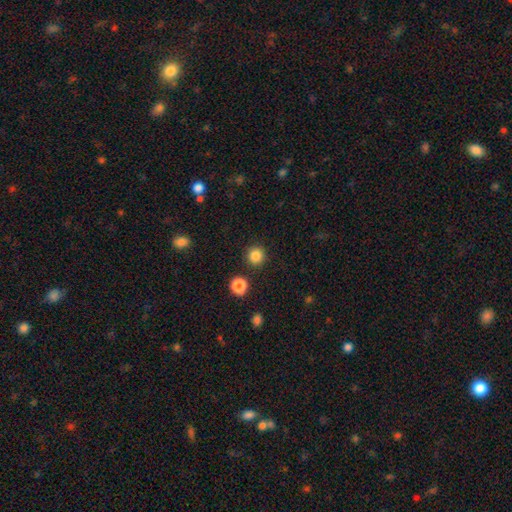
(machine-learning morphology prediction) A smooth galaxy with no disk features (84%) that is round (95%).

Vote fractions:
- Smooth or featured? smooth: 84% / star or artifact: 12% / featured or disk: 4%
- How rounded? round: 95% / in between: 4% / cigar-shaped: 1%
- Merging? none: 90% / minor disturbance: 5% / merger: 2% / major disturbance: 2%